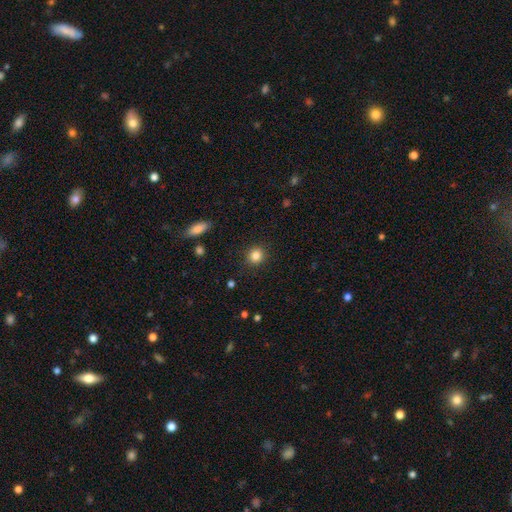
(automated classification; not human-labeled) Overall: smooth (84%). How rounded: round (87%). Merging: none (90%).